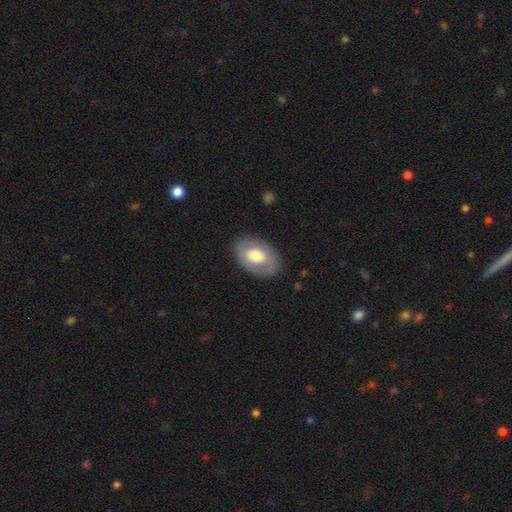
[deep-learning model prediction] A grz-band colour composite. It shows a smooth galaxy with no disk features (53%) that is in between round and cigar-shaped (83%). Merging: none (82%).